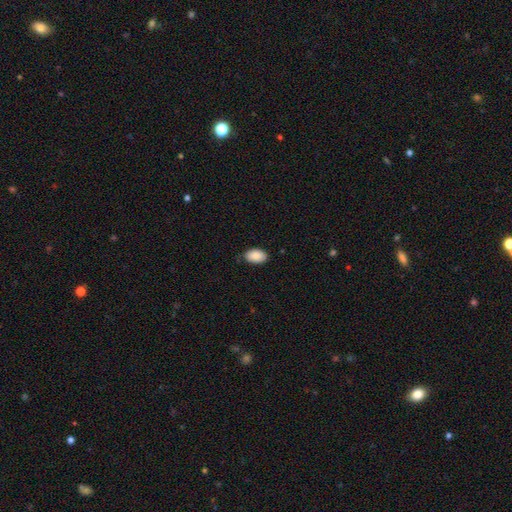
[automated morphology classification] Q: Smooth or featured?
A: smooth (87%); runner-up: star or artifact (7%)
Q: How rounded?
A: in between (91%); runner-up: round (8%)
Q: Merging?
A: none (81%); runner-up: minor disturbance (15%)